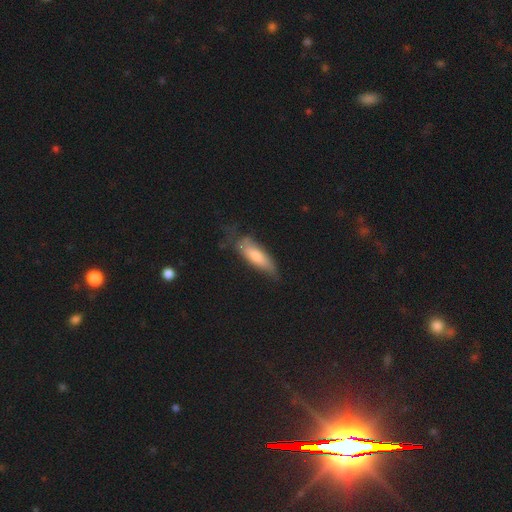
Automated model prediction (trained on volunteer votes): Smooth or featured? Predicted: smooth (p=0.54). How rounded? Predicted: in between (p=0.50). Merging? Predicted: none (p=0.59).